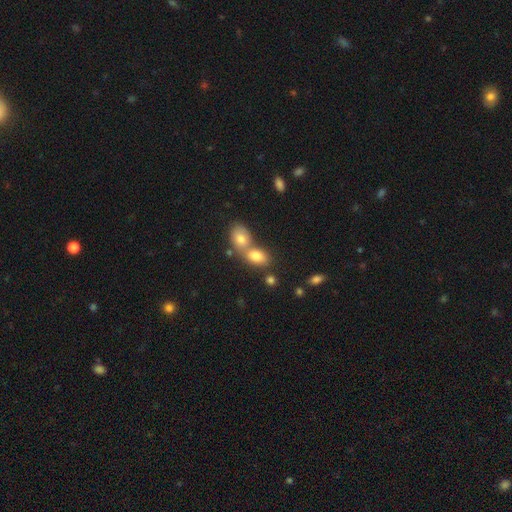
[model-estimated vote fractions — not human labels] Smooth or featured: smooth — 77% (featured or disk — 12%)
How rounded: in between — 78% (round — 20%)
Merging: merger — 57% (none — 32%)